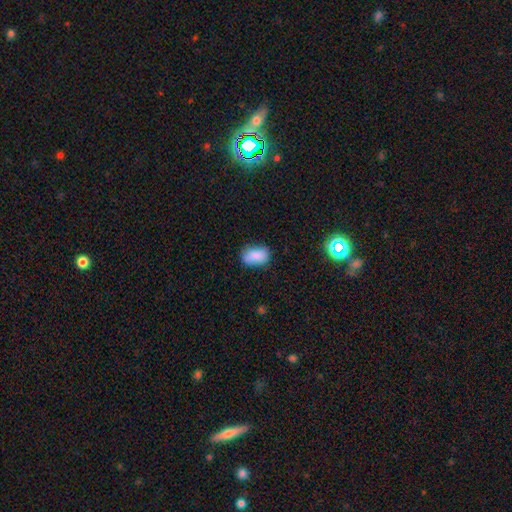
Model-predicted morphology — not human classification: smooth_or_featured: smooth (p=0.85) [alt: star or artifact p=0.09]
how_rounded: in between (p=0.88) [alt: round p=0.10]
merging: none (p=0.69) [alt: minor disturbance p=0.24]